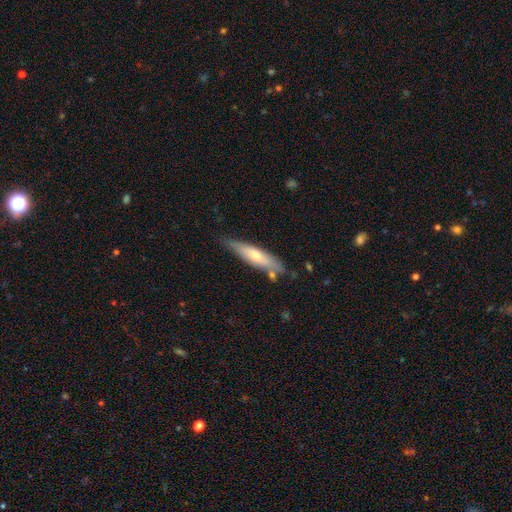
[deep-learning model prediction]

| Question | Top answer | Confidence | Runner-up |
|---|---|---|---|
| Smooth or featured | smooth | 61% | featured or disk (34%) |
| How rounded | cigar-shaped | 76% | in between (22%) |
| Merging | none | 69% | minor disturbance (21%) |